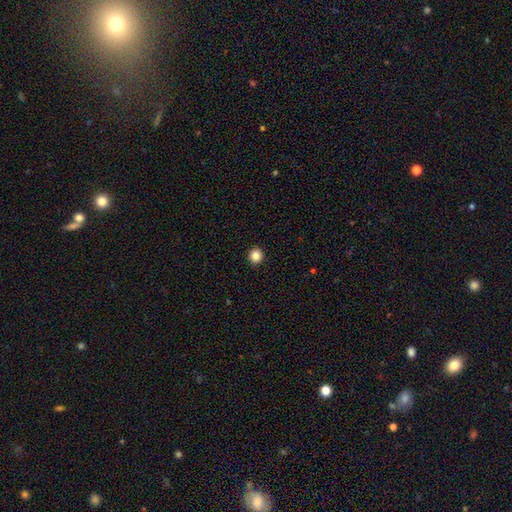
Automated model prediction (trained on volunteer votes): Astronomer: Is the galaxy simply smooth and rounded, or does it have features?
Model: smooth — 85%.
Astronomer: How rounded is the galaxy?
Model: round — 92%.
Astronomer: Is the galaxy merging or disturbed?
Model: none — 93%.